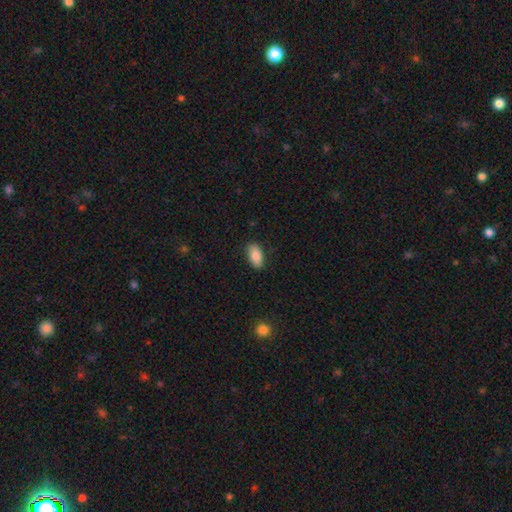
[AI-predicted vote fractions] The model was most divided on "merging": none: 85%, minor disturbance: 11%, major disturbance: 2%, merger: 1%. More confident: how rounded — in between (92%); smooth or featured — smooth (84%).